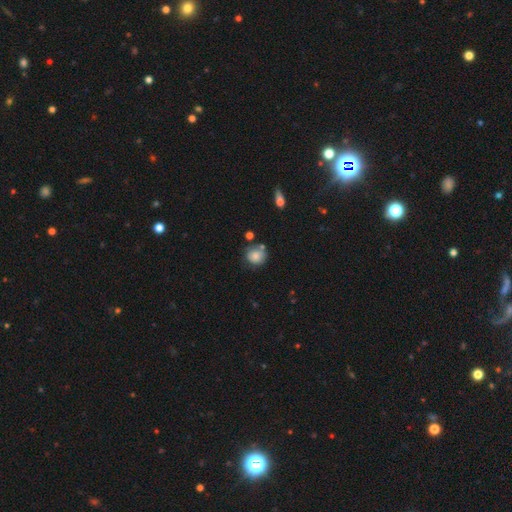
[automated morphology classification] smooth_or_featured: smooth (p=0.80) [alt: featured or disk p=0.10]
how_rounded: round (p=0.83) [alt: in between p=0.15]
merging: none (p=0.63) [alt: minor disturbance p=0.21]